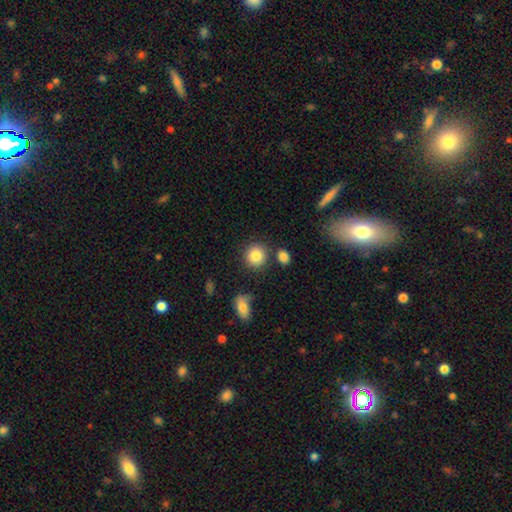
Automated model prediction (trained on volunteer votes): Q: Smooth or featured?
A: smooth (85%); runner-up: star or artifact (9%)
Q: How rounded?
A: round (88%); runner-up: in between (11%)
Q: Merging?
A: none (81%); runner-up: minor disturbance (9%)